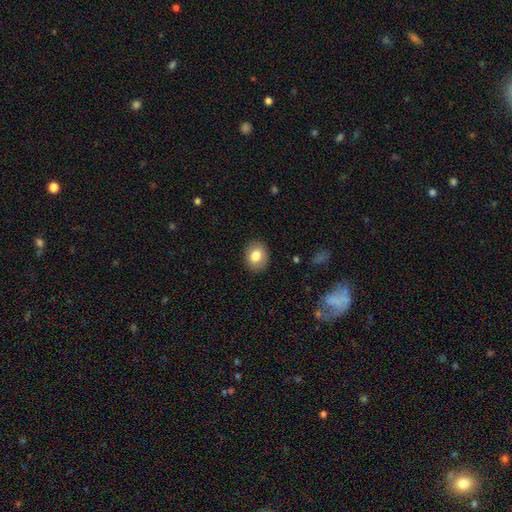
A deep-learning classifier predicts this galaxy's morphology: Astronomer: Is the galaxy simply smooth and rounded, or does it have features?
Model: smooth — 82%.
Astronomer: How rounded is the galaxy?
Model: round — 54% (runner-up: in between, 45%).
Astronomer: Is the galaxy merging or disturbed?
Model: none — 89%.